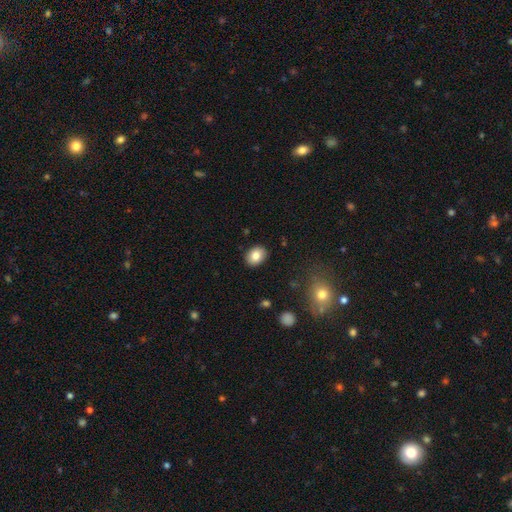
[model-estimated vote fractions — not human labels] Smooth or featured?
  - smooth: 84% *
  - star or artifact: 9%
  - featured or disk: 8%
How rounded?
  - in between: 63% *
  - round: 36%
  - cigar-shaped: 1%
Merging?
  - none: 89% *
  - minor disturbance: 8%
  - major disturbance: 2%
  - merger: 1%